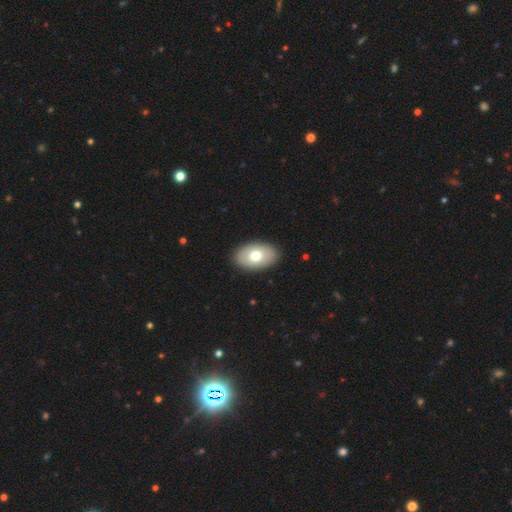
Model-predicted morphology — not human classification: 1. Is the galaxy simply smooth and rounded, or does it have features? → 72% smooth, 22% featured or disk, 6% star or artifact.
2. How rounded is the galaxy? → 92% in between, 7% round, 1% cigar-shaped.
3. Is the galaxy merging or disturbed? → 90% none, 7% minor disturbance, 2% major disturbance, 1% merger.